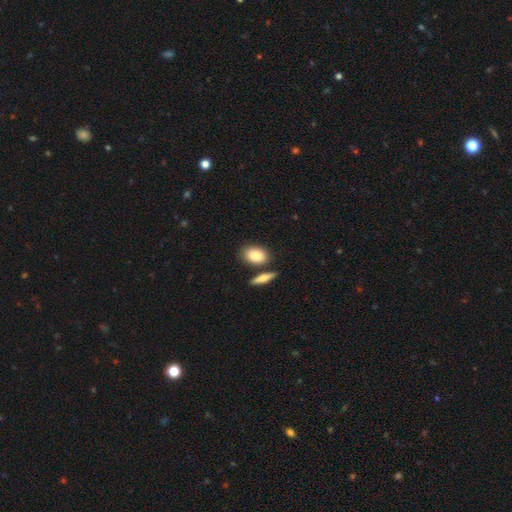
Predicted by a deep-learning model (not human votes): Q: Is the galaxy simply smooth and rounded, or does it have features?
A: smooth — 85%.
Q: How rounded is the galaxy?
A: in between — 81%.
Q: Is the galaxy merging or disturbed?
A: none — 70%.